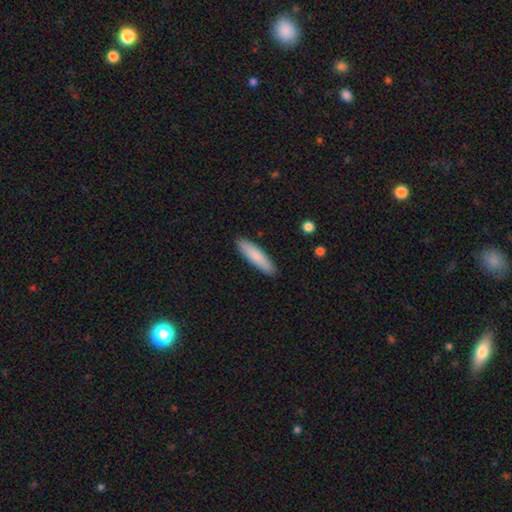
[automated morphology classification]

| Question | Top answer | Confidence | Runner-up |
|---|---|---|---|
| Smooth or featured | smooth | 83% | featured or disk (11%) |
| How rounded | cigar-shaped | 76% | in between (23%) |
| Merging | none | 90% | minor disturbance (8%) |